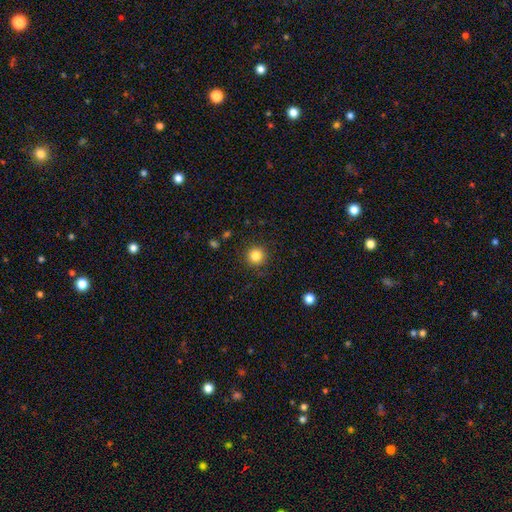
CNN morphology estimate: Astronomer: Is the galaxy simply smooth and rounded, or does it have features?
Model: smooth — 83%.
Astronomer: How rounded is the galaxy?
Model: round — 95%.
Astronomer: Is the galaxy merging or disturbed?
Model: none — 90%.